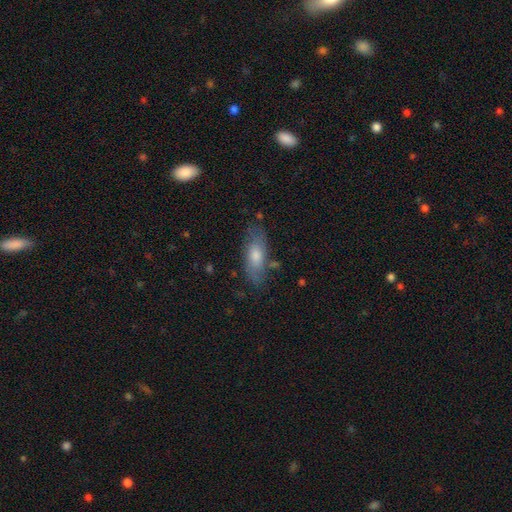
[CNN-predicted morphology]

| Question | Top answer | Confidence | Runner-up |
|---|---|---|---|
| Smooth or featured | smooth | 54% | featured or disk (37%) |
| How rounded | in between | 70% | cigar-shaped (27%) |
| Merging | none | 72% | minor disturbance (19%) |